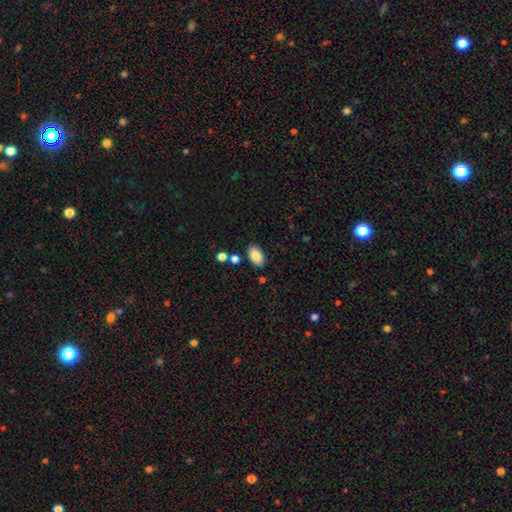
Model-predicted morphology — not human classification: type=smooth (86%); roundness=in between (93%); merging=none (83%).